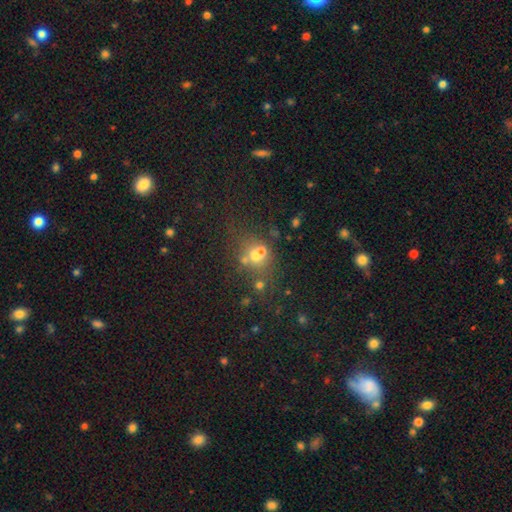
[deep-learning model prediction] Q: Smooth or featured?
A: smooth (50%); runner-up: star or artifact (25%)
Q: Merging?
A: merger (44%); runner-up: none (40%)